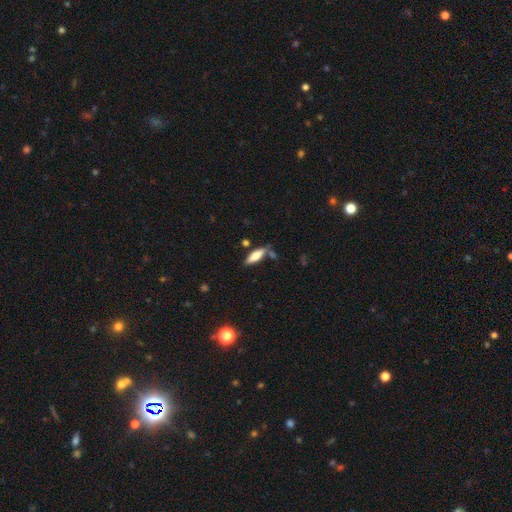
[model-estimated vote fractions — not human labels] A smooth galaxy with no disk features (67%) that is cigar-shaped (52%). Merging: none (71%).